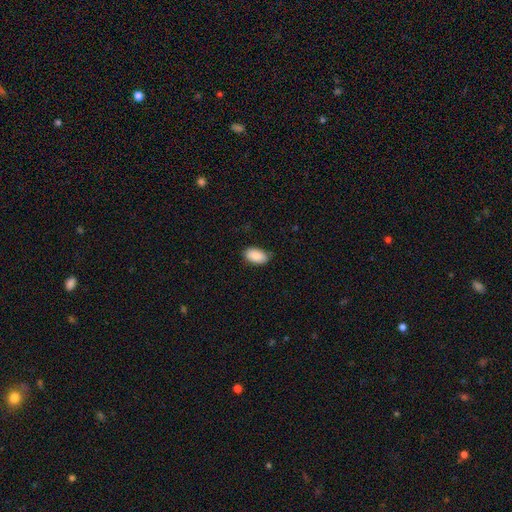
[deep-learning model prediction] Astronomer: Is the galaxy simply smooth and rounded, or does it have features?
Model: smooth — 87%.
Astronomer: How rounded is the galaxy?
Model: in between — 94%.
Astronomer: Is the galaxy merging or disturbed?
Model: none — 80%.